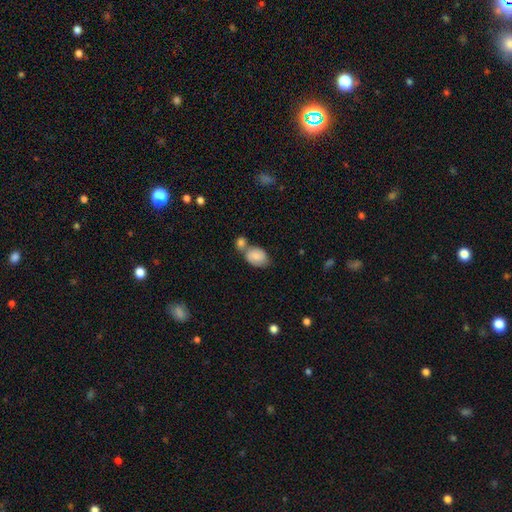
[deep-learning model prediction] A smooth galaxy with no disk features (79%) that is in between round and cigar-shaped (77%).

Vote fractions:
- Smooth or featured? smooth: 79% / featured or disk: 14% / star or artifact: 7%
- How rounded? in between: 77% / round: 21% / cigar-shaped: 1%
- Merging? merger: 49% / none: 33% / minor disturbance: 14% / major disturbance: 5%